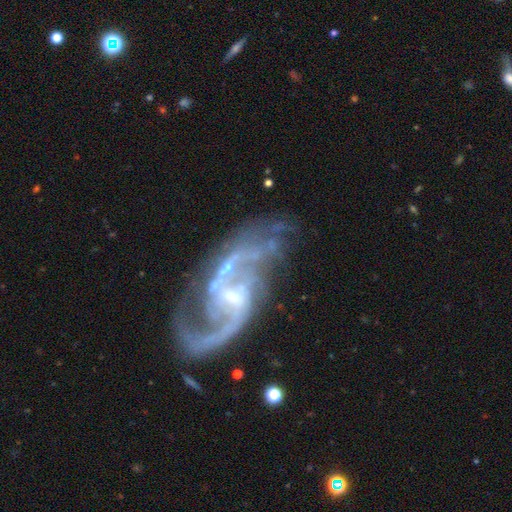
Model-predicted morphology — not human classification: A featured or disk galaxy (91%) with a weak bar (46%), 2 (83%) loose (51%) spiral arms (97%) and a small central bulge (69%). Merging: none (50%).